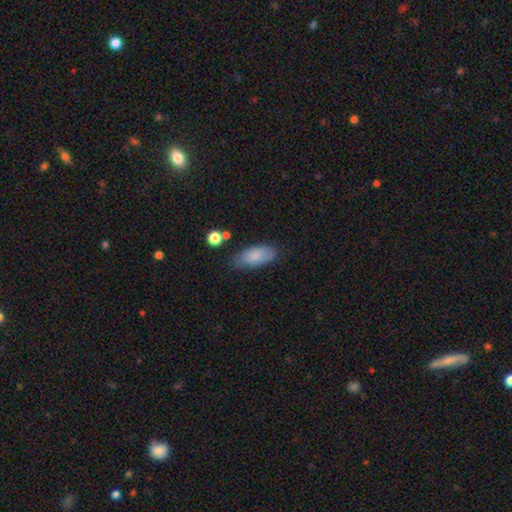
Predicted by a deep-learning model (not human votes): Q: Smooth or featured?
A: smooth (83%); runner-up: featured or disk (10%)
Q: How rounded?
A: in between (87%); runner-up: cigar-shaped (11%)
Q: Merging?
A: none (72%); runner-up: minor disturbance (20%)